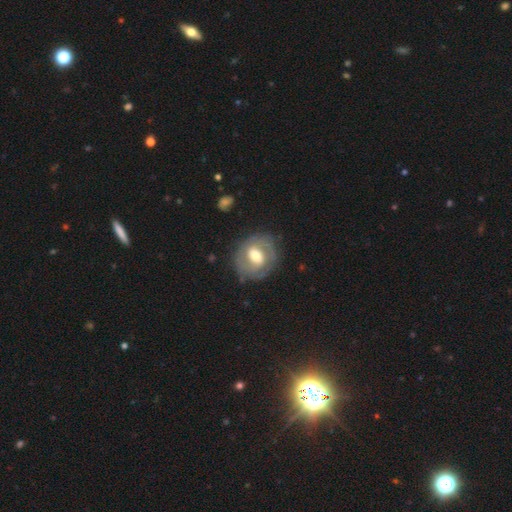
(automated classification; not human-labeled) Overall: featured or disk (62%; smooth 32%). Edge-on disk: no (96%). Bar: weak (47%; no 30%). Spiral arms: yes (59%; no 41%). Bulge size: moderate (64%). Merging: none (76%).